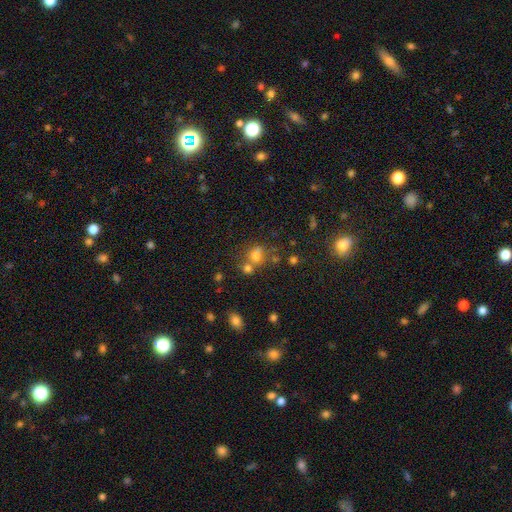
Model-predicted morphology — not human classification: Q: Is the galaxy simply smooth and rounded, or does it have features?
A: smooth — 66%.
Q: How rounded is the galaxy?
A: round — 56%.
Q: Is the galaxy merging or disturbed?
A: none — 44%.